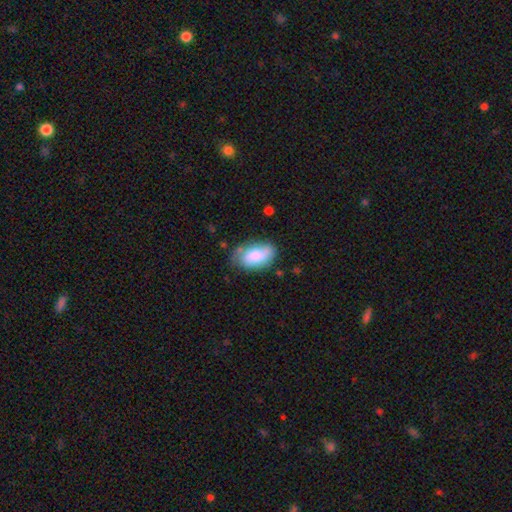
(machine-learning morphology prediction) type=smooth (78%); roundness=in between (93%); merging=none (63%).